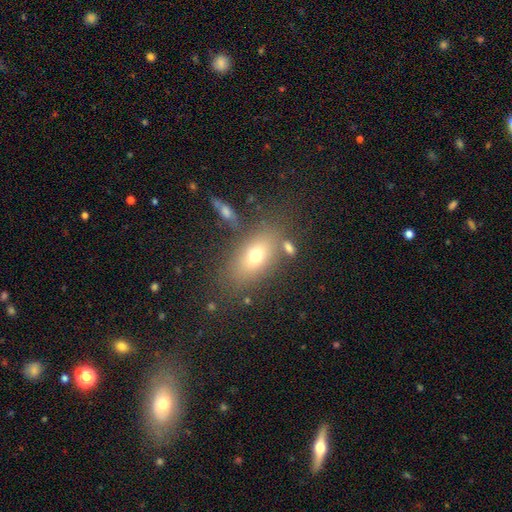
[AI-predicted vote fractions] The model was most divided on "smooth or featured": smooth: 68%, featured or disk: 19%, star or artifact: 12%. More confident: how rounded — in between (82%); merging — none (73%).